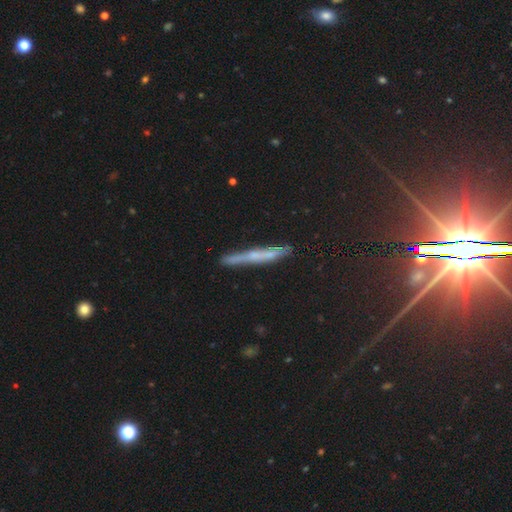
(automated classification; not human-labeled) featured or disk 50%, smooth 33%, star or artifact 16%. Down the decision tree: edge-on disk — yes (90%); merging — none (83%).